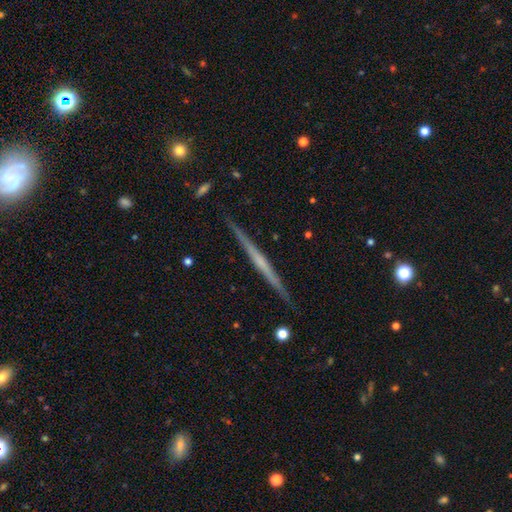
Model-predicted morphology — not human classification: smooth_or_featured: featured or disk (p=0.75) [alt: smooth p=0.19]
disk_edge_on: yes (p=0.98) [alt: no p=0.02]
edge_on_bulge: none (p=0.57) [alt: rounded p=0.35]
merging: none (p=0.92) [alt: minor disturbance p=0.06]